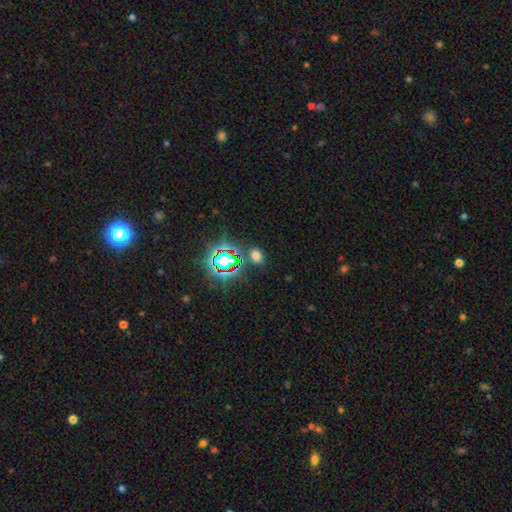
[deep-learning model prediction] Q: Smooth or featured?
A: smooth (59%); runner-up: star or artifact (33%)
Q: How rounded?
A: in between (53%); runner-up: round (45%)
Q: Merging?
A: none (81%); runner-up: minor disturbance (10%)